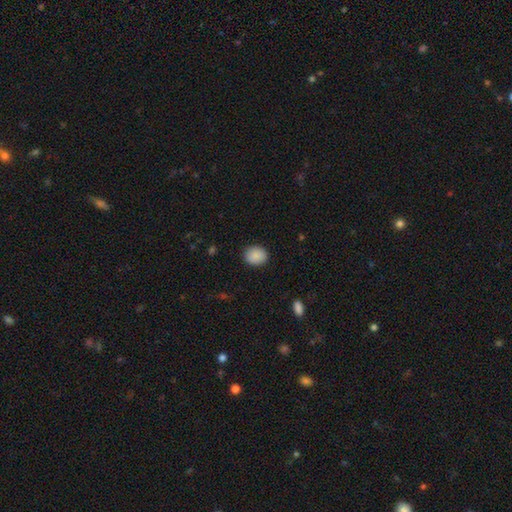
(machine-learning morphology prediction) smooth_or_featured: smooth (p=0.89) [alt: star or artifact p=0.07]
how_rounded: round (p=0.59) [alt: in between p=0.40]
merging: none (p=0.89) [alt: minor disturbance p=0.08]